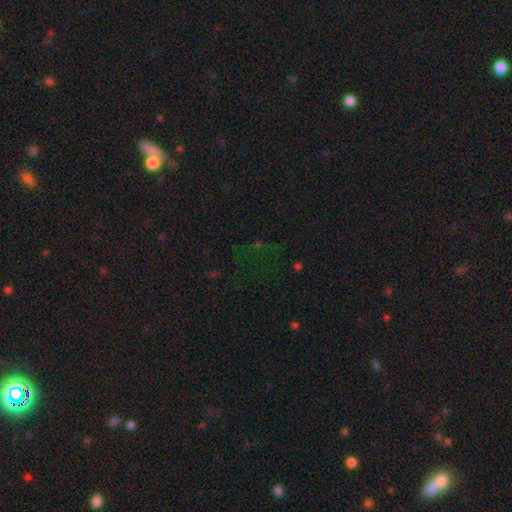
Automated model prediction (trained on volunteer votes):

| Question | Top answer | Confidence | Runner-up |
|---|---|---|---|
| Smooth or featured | star or artifact | 64% | smooth (21%) |